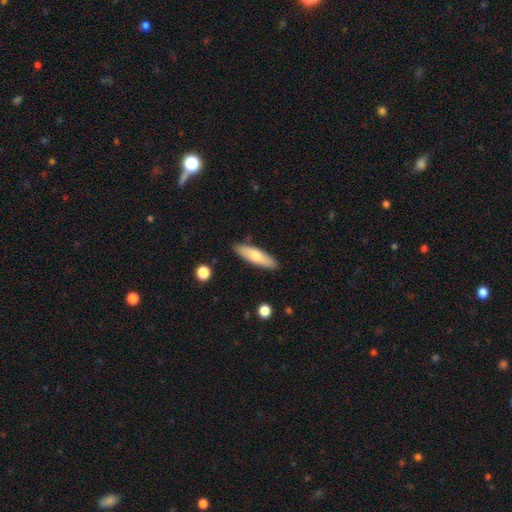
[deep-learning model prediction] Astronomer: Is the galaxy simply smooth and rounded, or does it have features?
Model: smooth — 70%.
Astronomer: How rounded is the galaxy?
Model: cigar-shaped — 59% (runner-up: in between, 39%).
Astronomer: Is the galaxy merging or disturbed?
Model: none — 87%.